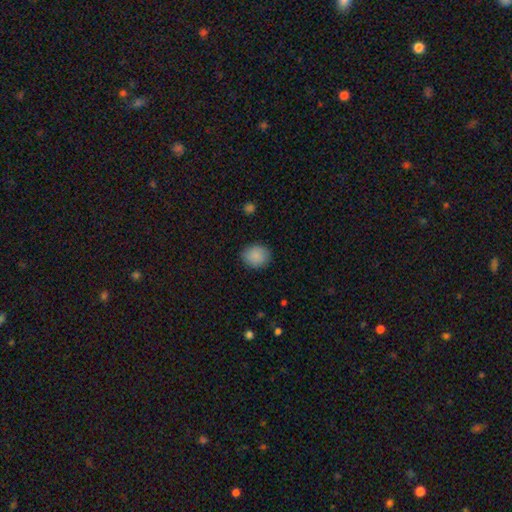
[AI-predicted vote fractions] smooth_or_featured: smooth (p=0.88) [alt: star or artifact p=0.08]
how_rounded: round (p=0.64) [alt: in between p=0.35]
merging: none (p=0.86) [alt: minor disturbance p=0.11]